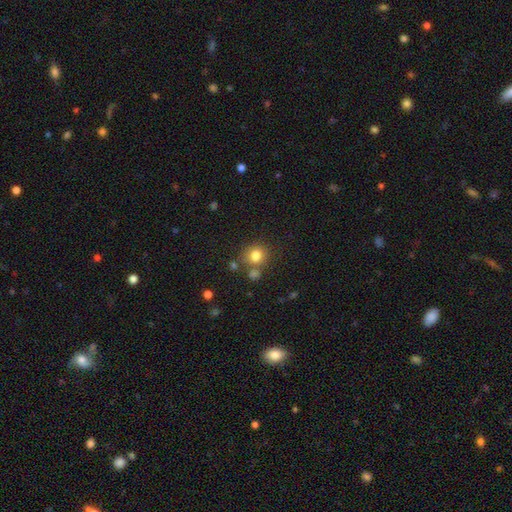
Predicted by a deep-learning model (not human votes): A smooth galaxy with no disk features (80%) that is round (77%). Merging: none (66%).